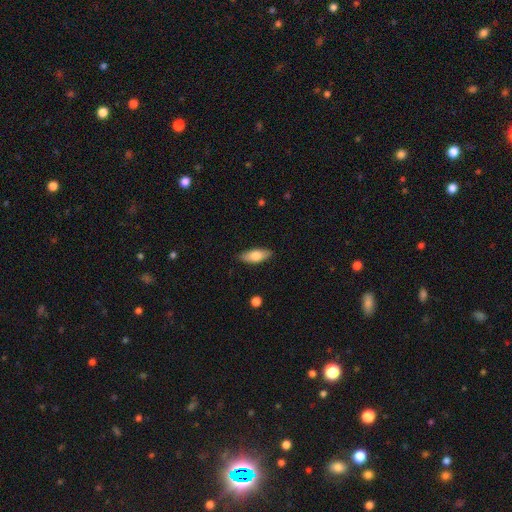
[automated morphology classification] Smooth or featured? smooth (73%)
How rounded? in between (76%)
Merging? none (87%)